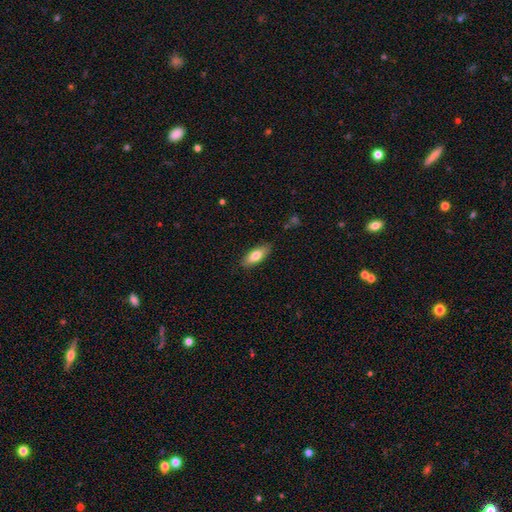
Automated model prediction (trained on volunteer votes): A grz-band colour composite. It shows a smooth galaxy with no disk features (75%) that is in between round and cigar-shaped (73%). Merging: none (85%).